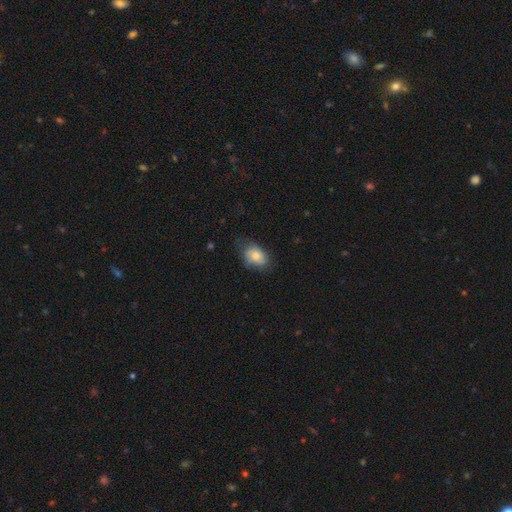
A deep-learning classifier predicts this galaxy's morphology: smooth 76%, featured or disk 16%, star or artifact 8%. Down the decision tree: how rounded — in between (82%); merging — none (56%).